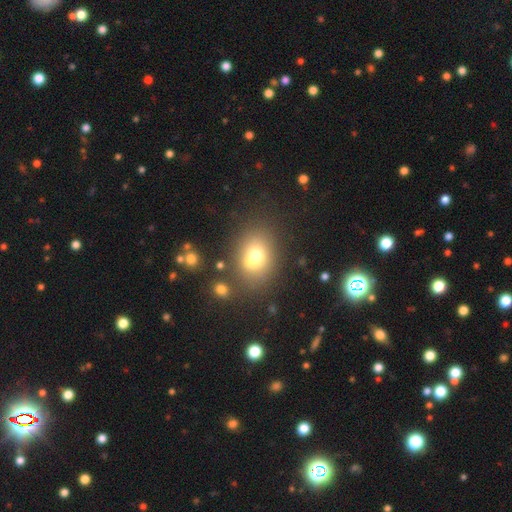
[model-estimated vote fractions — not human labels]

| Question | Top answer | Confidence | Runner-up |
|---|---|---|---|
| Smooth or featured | smooth | 64% | featured or disk (21%) |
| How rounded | round | 53% | in between (46%) |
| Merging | none | 46% | merger (38%) |